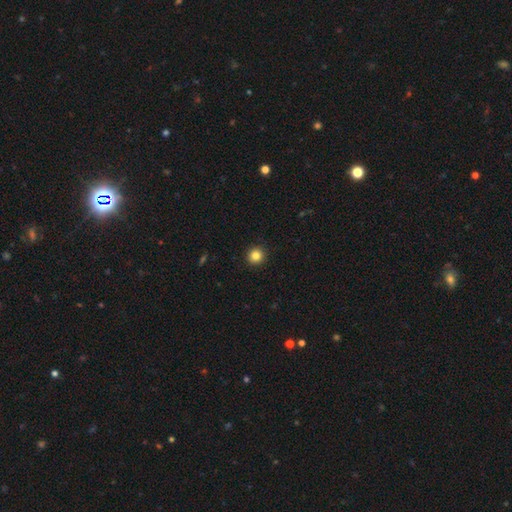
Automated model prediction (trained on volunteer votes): smooth_or_featured: smooth (p=0.83) [alt: star or artifact p=0.11]
how_rounded: round (p=0.93) [alt: in between p=0.06]
merging: none (p=0.93) [alt: minor disturbance p=0.05]